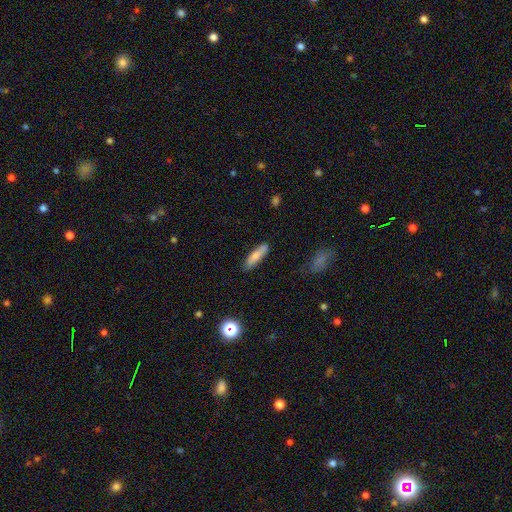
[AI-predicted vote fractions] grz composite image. It shows a smooth galaxy with no disk features (76%) that is cigar-shaped (71%). Merging: none (83%).